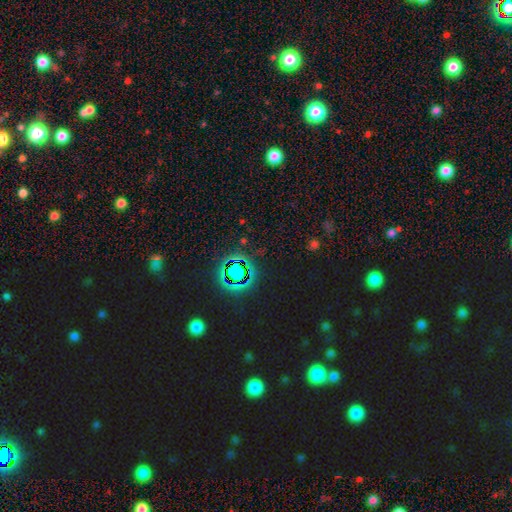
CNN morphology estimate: Smooth or featured?
  - star or artifact: 59% *
  - smooth: 26%
  - featured or disk: 15%